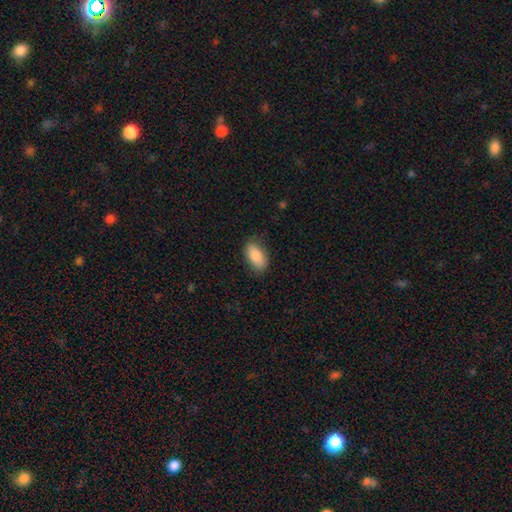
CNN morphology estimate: smooth_or_featured: smooth (p=0.84) [alt: featured or disk p=0.09]
how_rounded: in between (p=0.92) [alt: cigar-shaped p=0.04]
merging: none (p=0.80) [alt: minor disturbance p=0.15]